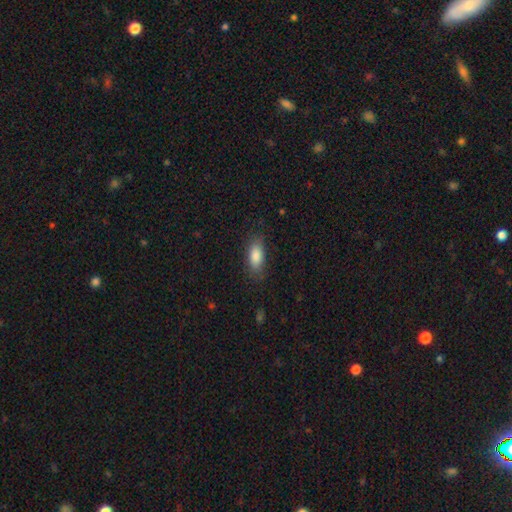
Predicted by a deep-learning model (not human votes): smooth 86%, featured or disk 7%, star or artifact 7%. Down the decision tree: how rounded — in between (83%); merging — none (81%).